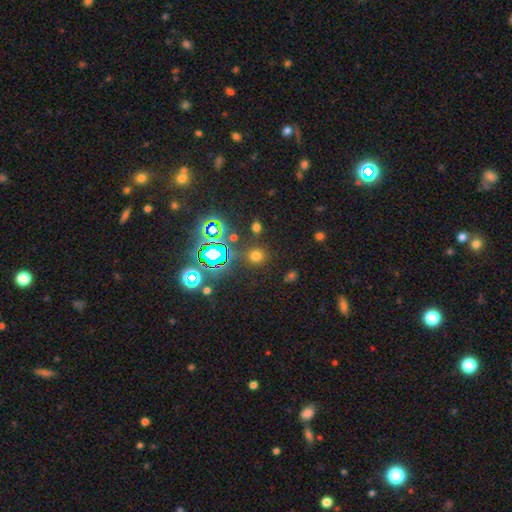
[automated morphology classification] Smooth or featured? Predicted: smooth (p=0.60). How rounded? Predicted: round (p=0.87). Merging? Predicted: none (p=0.85).